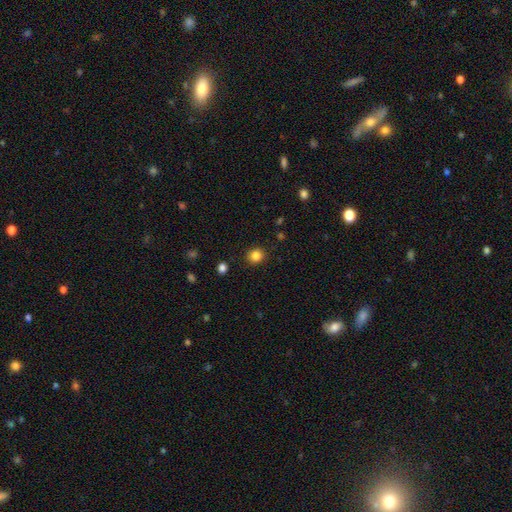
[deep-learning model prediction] Smooth or featured: smooth — 84% (star or artifact — 12%)
How rounded: round — 86% (in between — 13%)
Merging: none — 90% (minor disturbance — 7%)